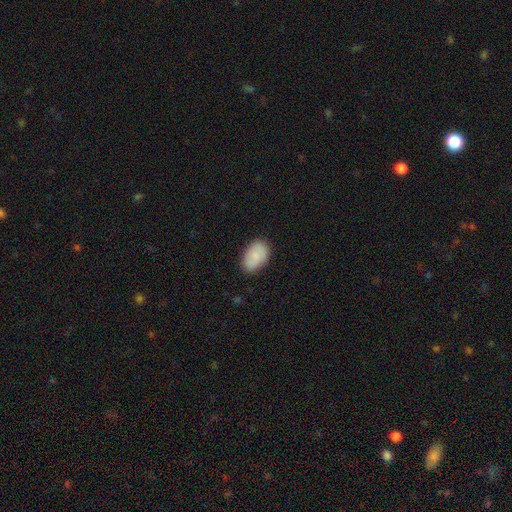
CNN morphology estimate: The model was most divided on "merging": none: 78%, minor disturbance: 17%, major disturbance: 3%, merger: 1%. More confident: how rounded — in between (90%); smooth or featured — smooth (84%).